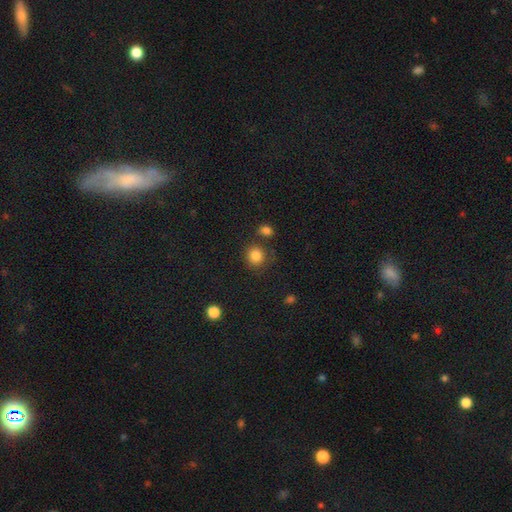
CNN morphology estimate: smooth 84%, star or artifact 11%, featured or disk 5%. Down the decision tree: how rounded — round (87%); merging — none (74%).